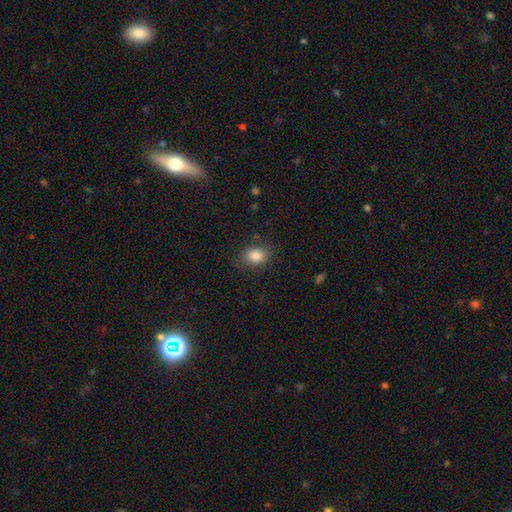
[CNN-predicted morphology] Smooth or featured? smooth (86%)
How rounded? in between (69%)
Merging? none (83%)